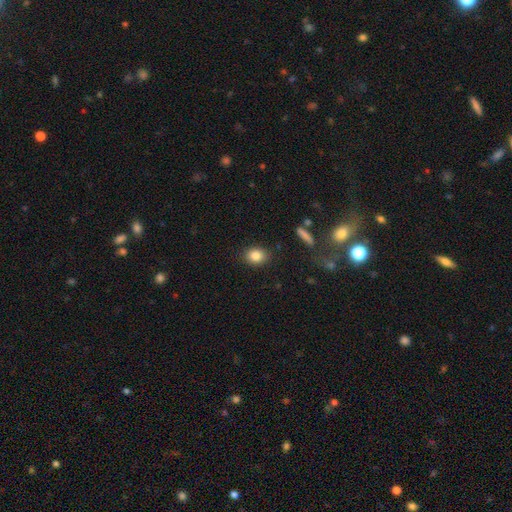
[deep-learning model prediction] Morphology: type=smooth (84%); roundness=in between (52%); merging=none (87%).